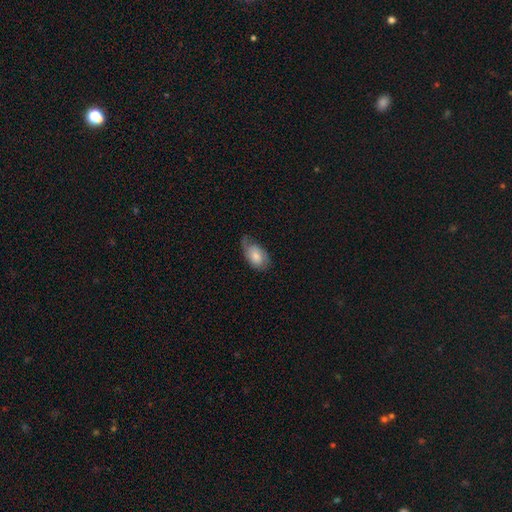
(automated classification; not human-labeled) The model was most divided on "merging": none: 45%, minor disturbance: 36%, major disturbance: 17%, merger: 2%. More confident: how rounded — in between (90%); smooth or featured — smooth (58%).